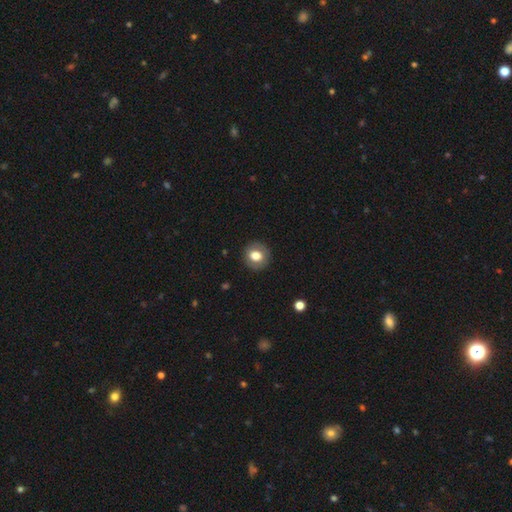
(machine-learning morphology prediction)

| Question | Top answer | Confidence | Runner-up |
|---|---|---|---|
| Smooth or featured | smooth | 74% | featured or disk (18%) |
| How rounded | round | 83% | in between (16%) |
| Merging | none | 89% | minor disturbance (8%) |